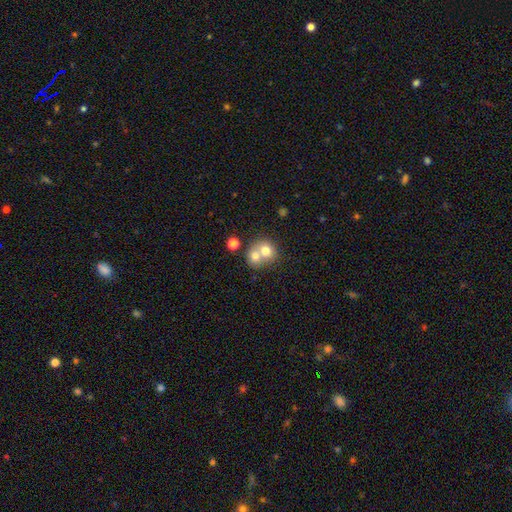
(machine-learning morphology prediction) A smooth galaxy with no disk features (63%) that is round (81%).

Vote fractions:
- Smooth or featured? smooth: 63% / featured or disk: 20% / star or artifact: 17%
- How rounded? round: 81% / in between: 18% / cigar-shaped: 1%
- Merging? merger: 53% / none: 38% / minor disturbance: 6% / major disturbance: 3%